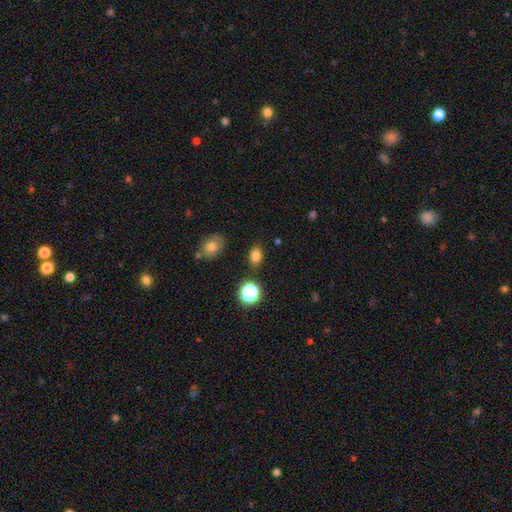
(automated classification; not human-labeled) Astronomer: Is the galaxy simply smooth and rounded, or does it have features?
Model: smooth — 80%.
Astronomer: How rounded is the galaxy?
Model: in between — 78%.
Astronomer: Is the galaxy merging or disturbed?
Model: none — 83%.